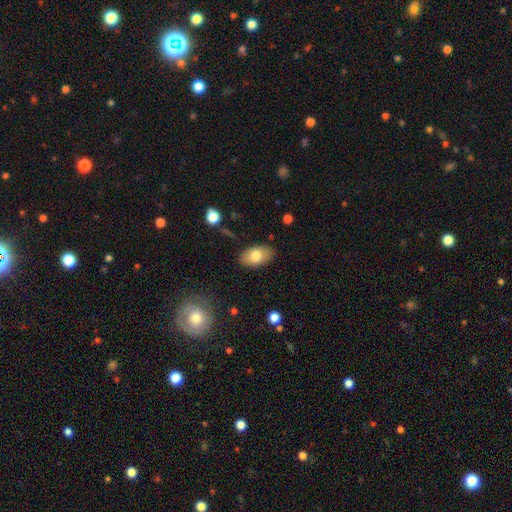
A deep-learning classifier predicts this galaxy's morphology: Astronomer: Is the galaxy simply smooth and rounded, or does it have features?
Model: smooth — 76%.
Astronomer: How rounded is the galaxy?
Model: in between — 93%.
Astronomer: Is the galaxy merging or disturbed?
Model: none — 85%.